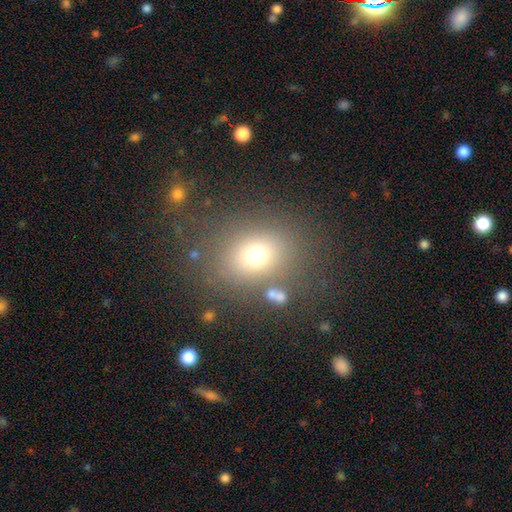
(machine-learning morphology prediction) Smooth or featured?
  - smooth: 70% *
  - star or artifact: 17%
  - featured or disk: 13%
How rounded?
  - round: 55% *
  - in between: 44%
  - cigar-shaped: 1%
Merging?
  - none: 74% *
  - minor disturbance: 12%
  - major disturbance: 8%
  - merger: 6%